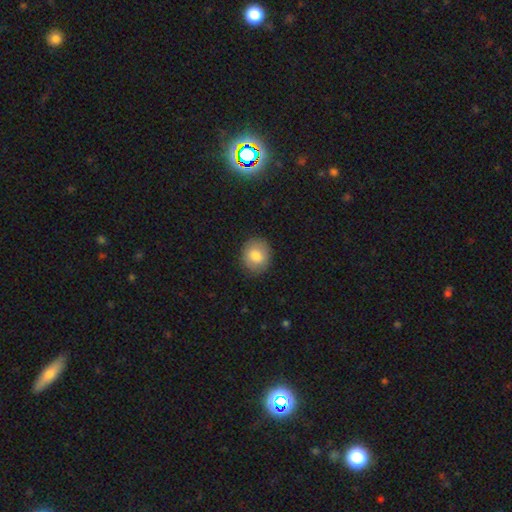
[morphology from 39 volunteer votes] Smooth or featured?
  - smooth: 72% *
  - featured or disk: 26%
  - star or artifact: 3%
How rounded?
  - round: 86% *
  - in between: 14%
  - cigar-shaped: 0%
Merging?
  - none: 87% *
  - minor disturbance: 11%
  - major disturbance: 3%
  - merger: 0%